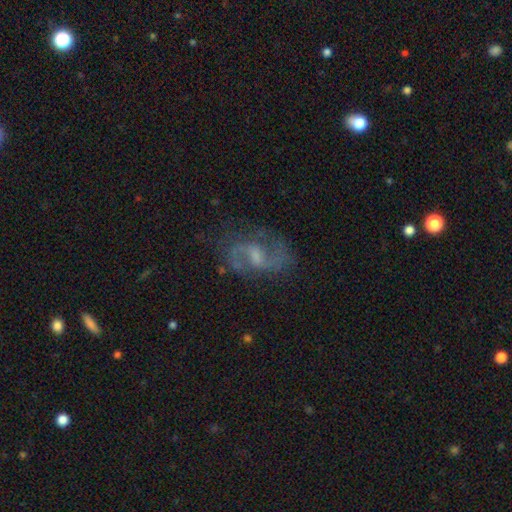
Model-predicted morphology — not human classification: smooth_or_featured: featured or disk (p=0.84) [alt: smooth p=0.09]
disk_edge_on: no (p=0.97) [alt: yes p=0.03]
bar: weak (p=0.59) [alt: no p=0.27]
has_spiral_arms: yes (p=0.95) [alt: no p=0.05]
spiral_winding: medium (p=0.48) [alt: loose p=0.42]
spiral_arm_count: 2 (p=0.90) [alt: can't tell p=0.05]
bulge_size: small (p=0.39) [alt: moderate p=0.34]
merging: none (p=0.73) [alt: minor disturbance p=0.16]